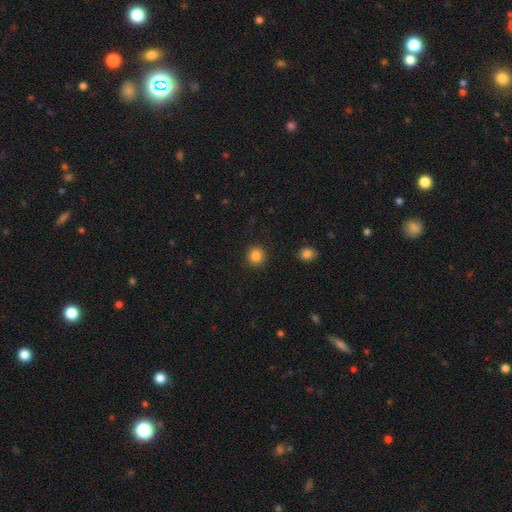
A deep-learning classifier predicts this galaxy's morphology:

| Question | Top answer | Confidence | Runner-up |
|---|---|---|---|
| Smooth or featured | smooth | 85% | star or artifact (11%) |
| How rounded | round | 93% | in between (6%) |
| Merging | none | 92% | minor disturbance (5%) |